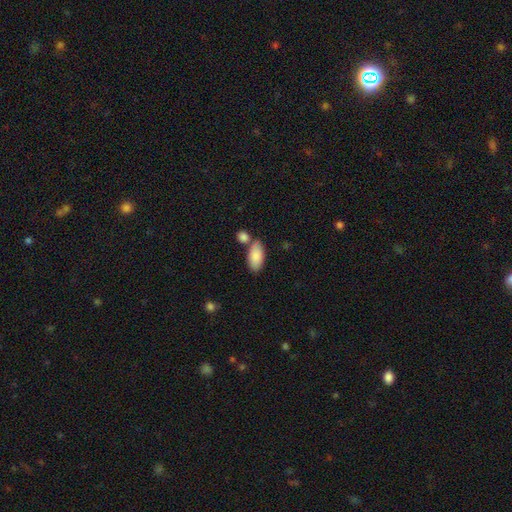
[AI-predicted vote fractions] Smooth or featured: smooth — 86% (featured or disk — 8%)
How rounded: in between — 93% (cigar-shaped — 4%)
Merging: none — 59% (merger — 23%)